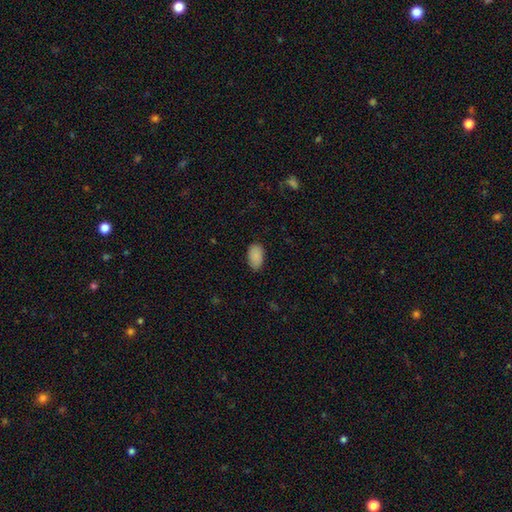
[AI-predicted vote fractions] smooth-or-featured: smooth: 89% | star or artifact: 7% | featured or disk: 4%
  how-rounded: in between: 94% | round: 5% | cigar-shaped: 1%
  merging: none: 83% | minor disturbance: 14% | major disturbance: 3% | merger: 1%